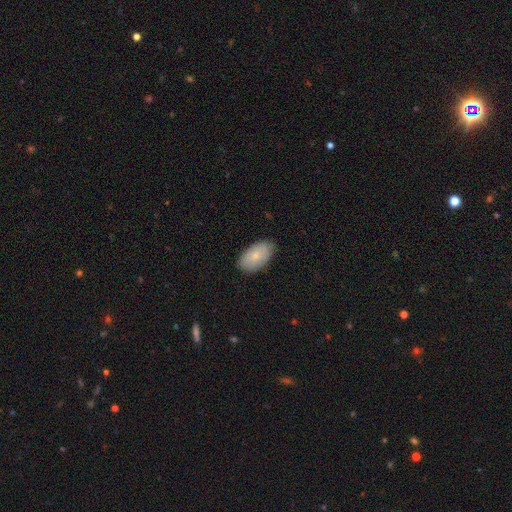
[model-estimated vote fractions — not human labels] This appears to be a smooth galaxy with no disk features (77%) that is in between round and cigar-shaped (95%). Merging: none (82%).